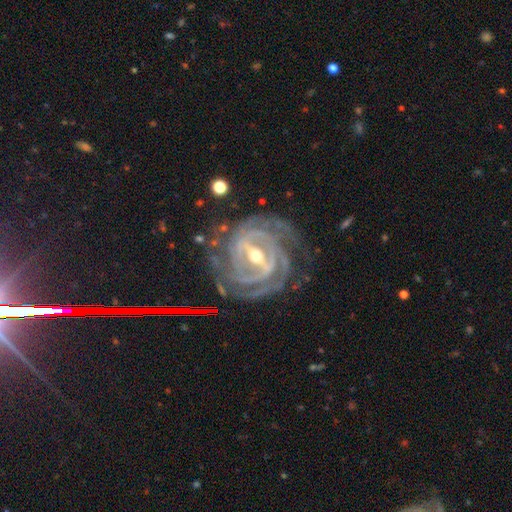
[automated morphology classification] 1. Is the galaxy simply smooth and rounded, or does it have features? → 92% featured or disk, 5% star or artifact, 3% smooth.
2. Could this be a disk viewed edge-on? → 96% no, 4% yes.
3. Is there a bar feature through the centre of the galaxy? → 69% strong, 25% weak, 6% no.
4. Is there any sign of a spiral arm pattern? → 98% yes, 2% no.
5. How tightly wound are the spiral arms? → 79% tight, 19% medium, 3% loose.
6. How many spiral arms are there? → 28% 3, 21% 4, 20% 2, 16% can't tell, 9% more than 4, 6% 1.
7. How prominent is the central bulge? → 58% moderate, 37% small, 3% large, 1% none, 1% dominant.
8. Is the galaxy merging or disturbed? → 77% none, 15% minor disturbance, 7% major disturbance, 2% merger.